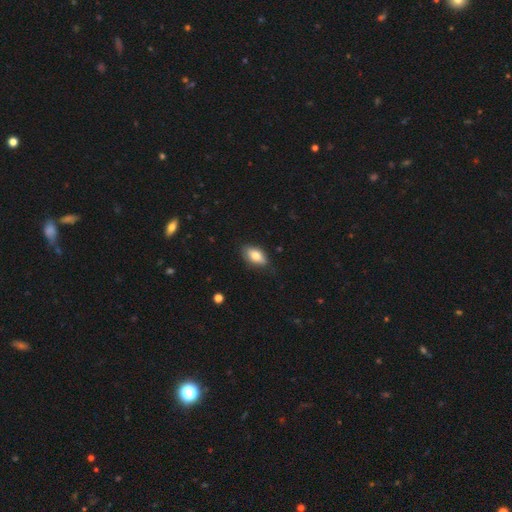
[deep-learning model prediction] smooth-or-featured: smooth: 76% | featured or disk: 17% | star or artifact: 7%
  how-rounded: in between: 89% | cigar-shaped: 6% | round: 5%
  merging: none: 81% | minor disturbance: 16% | major disturbance: 3% | merger: 1%